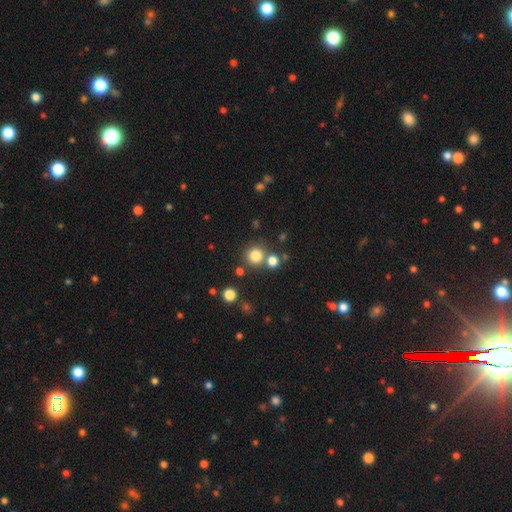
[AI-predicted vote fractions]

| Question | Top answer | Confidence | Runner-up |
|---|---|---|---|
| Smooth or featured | smooth | 79% | star or artifact (15%) |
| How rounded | round | 93% | in between (6%) |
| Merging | none | 74% | merger (15%) |